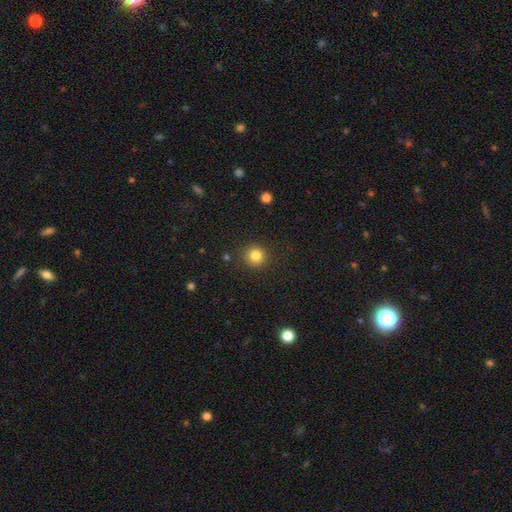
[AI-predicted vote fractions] Smooth or featured?
  - smooth: 83% *
  - star or artifact: 12%
  - featured or disk: 5%
How rounded?
  - round: 93% *
  - in between: 6%
  - cigar-shaped: 1%
Merging?
  - none: 89% *
  - minor disturbance: 7%
  - major disturbance: 3%
  - merger: 1%